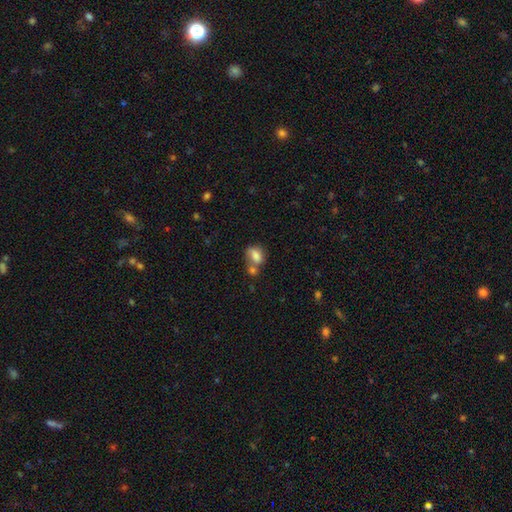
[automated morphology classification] smooth-or-featured: smooth: 76% | featured or disk: 14% | star or artifact: 10%
  how-rounded: in between: 74% | round: 23% | cigar-shaped: 3%
  merging: merger: 41% | none: 34% | minor disturbance: 17% | major disturbance: 8%